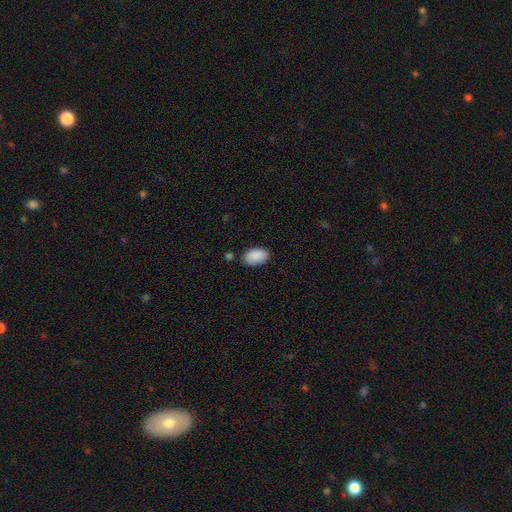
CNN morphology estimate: Smooth or featured? Predicted: smooth (p=0.90). How rounded? Predicted: in between (p=0.94). Merging? Predicted: none (p=0.80).